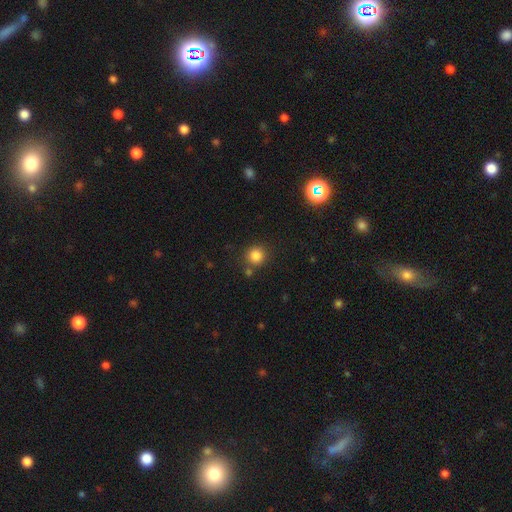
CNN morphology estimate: This appears to be a smooth galaxy with no disk features (84%) that is round (91%). Merging: none (80%).